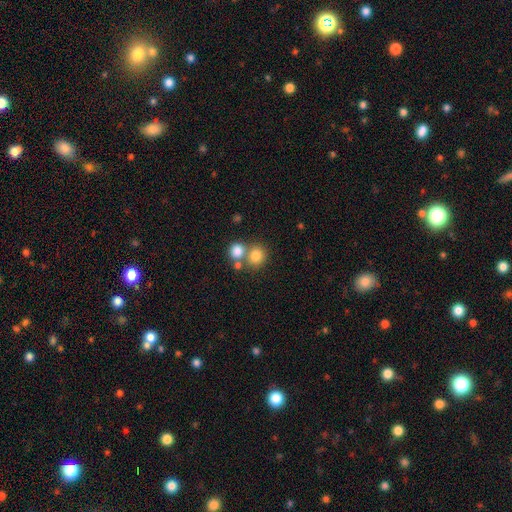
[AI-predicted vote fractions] A smooth galaxy with no disk features (78%) that is round (83%). Merging: none (54%).